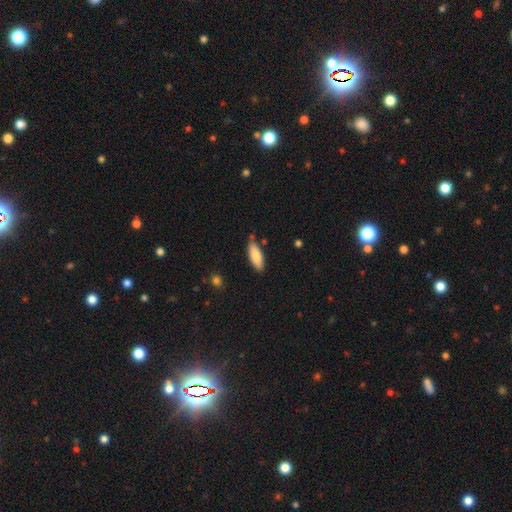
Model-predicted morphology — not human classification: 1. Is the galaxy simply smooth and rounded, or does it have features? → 85% smooth, 9% featured or disk, 6% star or artifact.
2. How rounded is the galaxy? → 64% in between, 35% cigar-shaped, 2% round.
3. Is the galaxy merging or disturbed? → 80% none, 14% minor disturbance, 3% merger, 2% major disturbance.